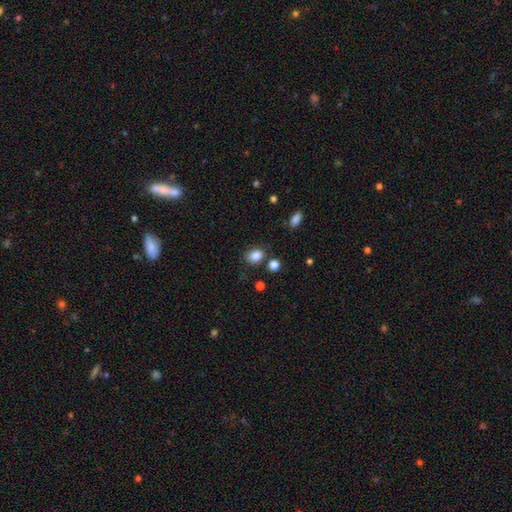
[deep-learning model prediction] Smooth or featured?
  - smooth: 85% *
  - star or artifact: 10%
  - featured or disk: 5%
How rounded?
  - in between: 65% *
  - round: 34%
  - cigar-shaped: 1%
Merging?
  - none: 74% *
  - minor disturbance: 15%
  - merger: 7%
  - major disturbance: 4%